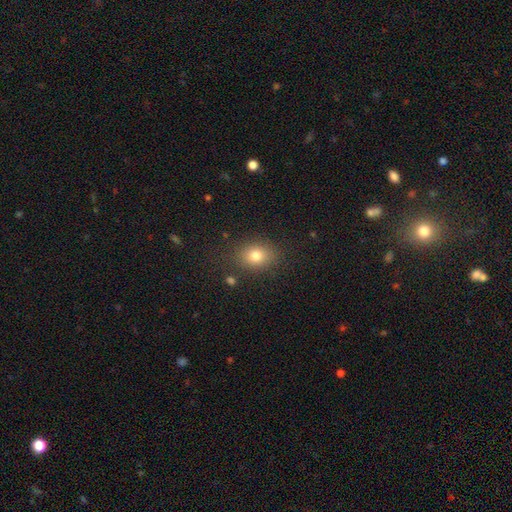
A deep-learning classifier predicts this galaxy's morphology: A smooth galaxy with no disk features (79%) that is in between round and cigar-shaped (58%). Merging: none (83%).